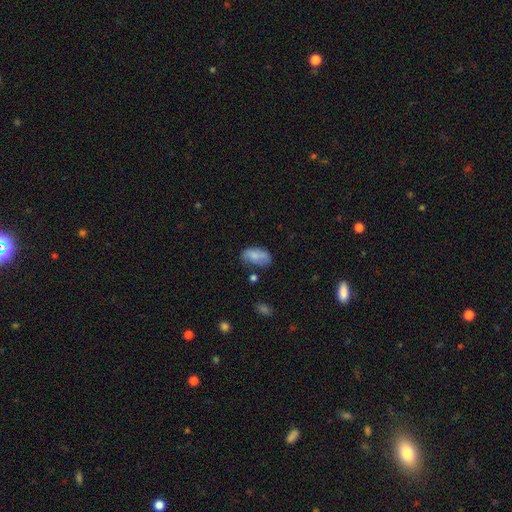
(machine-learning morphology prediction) Smooth or featured?
  - smooth: 77% *
  - featured or disk: 15%
  - star or artifact: 8%
How rounded?
  - in between: 92% *
  - round: 5%
  - cigar-shaped: 3%
Merging?
  - none: 53% *
  - minor disturbance: 30%
  - major disturbance: 11%
  - merger: 7%